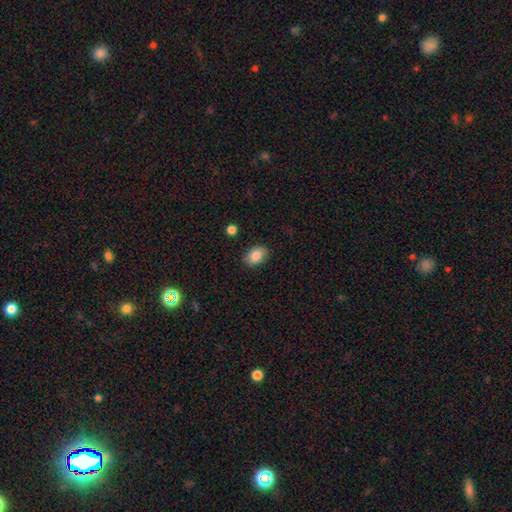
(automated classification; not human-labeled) smooth_or_featured: smooth (p=0.84) [alt: star or artifact p=0.08]
how_rounded: in between (p=0.81) [alt: round p=0.17]
merging: none (p=0.85) [alt: minor disturbance p=0.11]